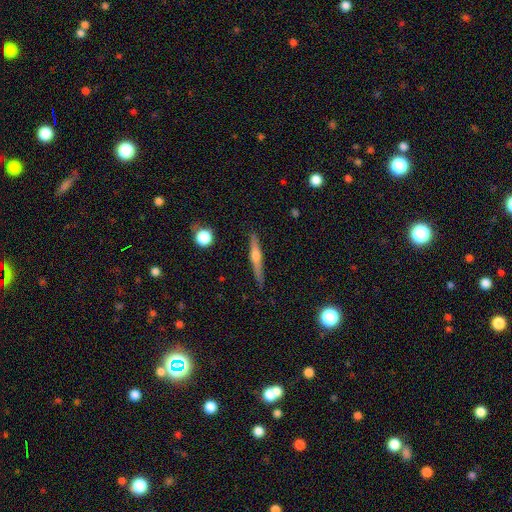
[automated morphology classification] A featured or disk galaxy (66%) viewed edge-on (97%) with a rounded central bulge (89%).

Vote fractions:
- Smooth or featured? featured or disk: 66% / smooth: 27% / star or artifact: 7%
- Edge-on disk? yes: 97% / no: 3%
- Edge-on bulge? rounded: 89% / none: 6% / boxy: 5%
- Merging? none: 86% / minor disturbance: 10% / major disturbance: 2% / merger: 2%